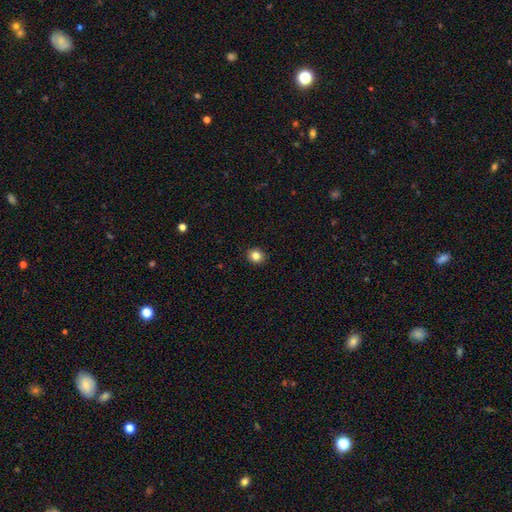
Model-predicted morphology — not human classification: Smooth or featured? smooth (83%)
How rounded? round (77%)
Merging? none (92%)